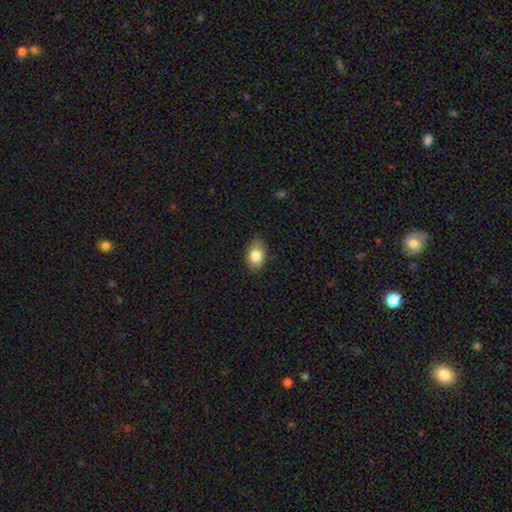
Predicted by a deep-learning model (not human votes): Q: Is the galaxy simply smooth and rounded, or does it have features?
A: smooth — 82%.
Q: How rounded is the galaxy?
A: in between — 87%.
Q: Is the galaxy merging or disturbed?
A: none — 84%.